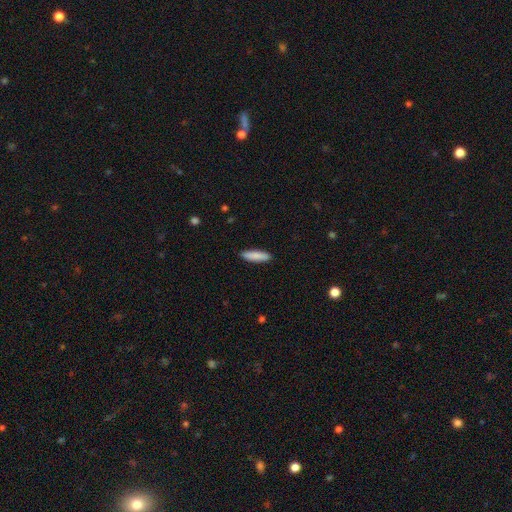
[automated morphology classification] This is clearly a smooth galaxy (87%). How rounded: likely cigar-shaped (69%). Merging: clearly none (90%).